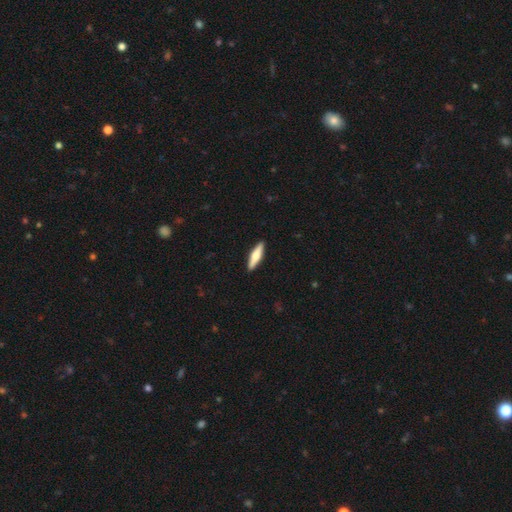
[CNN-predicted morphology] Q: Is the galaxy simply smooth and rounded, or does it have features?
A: smooth — 54%.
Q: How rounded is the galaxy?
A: cigar-shaped — 76%.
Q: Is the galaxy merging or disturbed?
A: none — 91%.